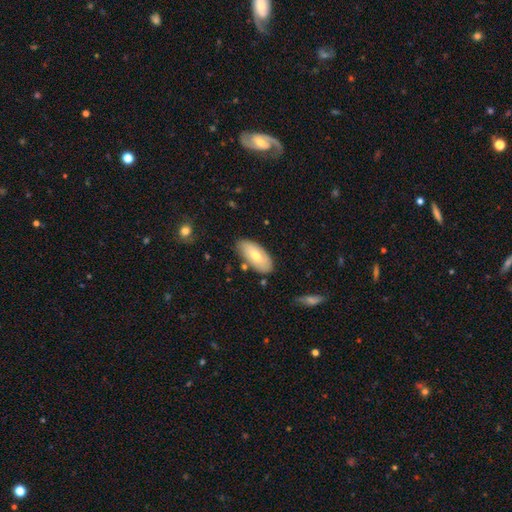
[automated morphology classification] This is likely a smooth galaxy (66%). How rounded: clearly in between (91%). Merging: likely none (79%).